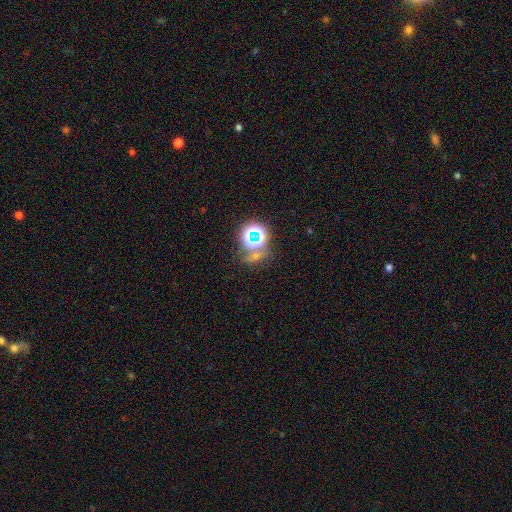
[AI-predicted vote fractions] smooth-or-featured: star or artifact: 62% | smooth: 27% | featured or disk: 11%